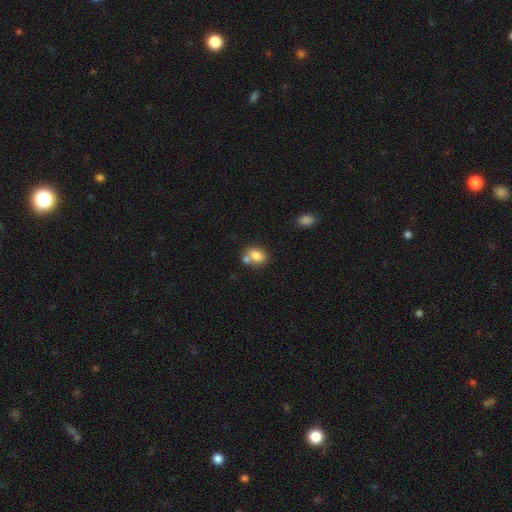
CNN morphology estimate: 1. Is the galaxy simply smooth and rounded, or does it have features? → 80% smooth, 11% featured or disk, 9% star or artifact.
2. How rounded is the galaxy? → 60% in between, 38% round, 1% cigar-shaped.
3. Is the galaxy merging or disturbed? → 50% none, 34% merger, 12% minor disturbance, 4% major disturbance.